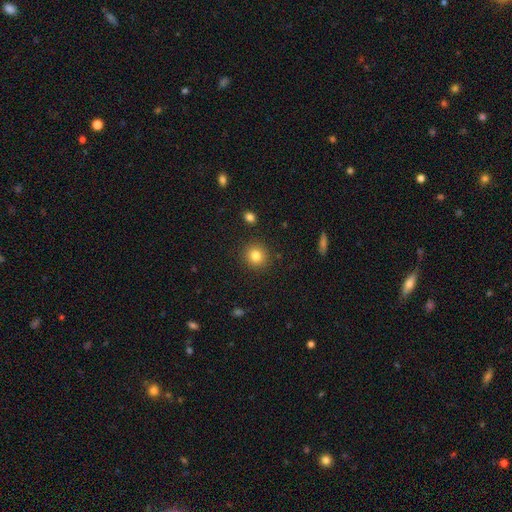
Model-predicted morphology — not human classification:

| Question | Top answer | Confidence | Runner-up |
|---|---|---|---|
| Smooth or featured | smooth | 82% | star or artifact (11%) |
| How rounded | round | 92% | in between (8%) |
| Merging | none | 91% | minor disturbance (6%) |